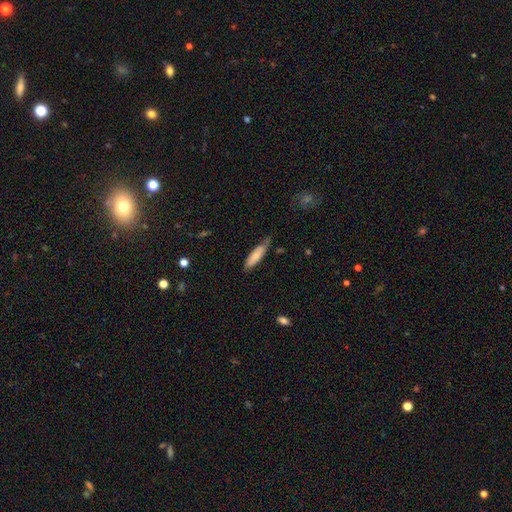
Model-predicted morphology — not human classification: The model was most divided on "merging": none: 61%, minor disturbance: 30%, major disturbance: 6%, merger: 3%. More confident: smooth or featured — smooth (77%); how rounded — cigar-shaped (66%).